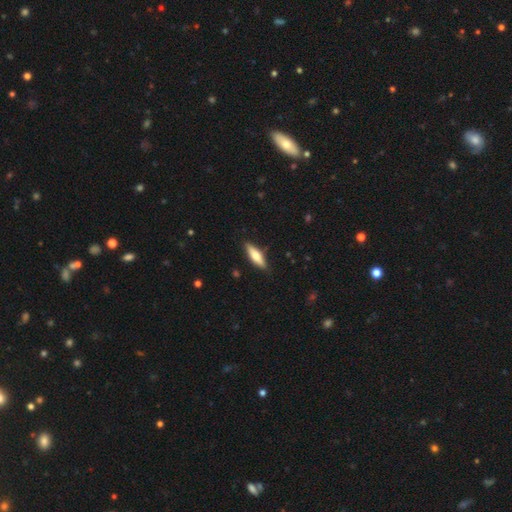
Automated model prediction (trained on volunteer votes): This appears to be a smooth galaxy with no disk features (61%) that is cigar-shaped (57%). Merging: none (87%).